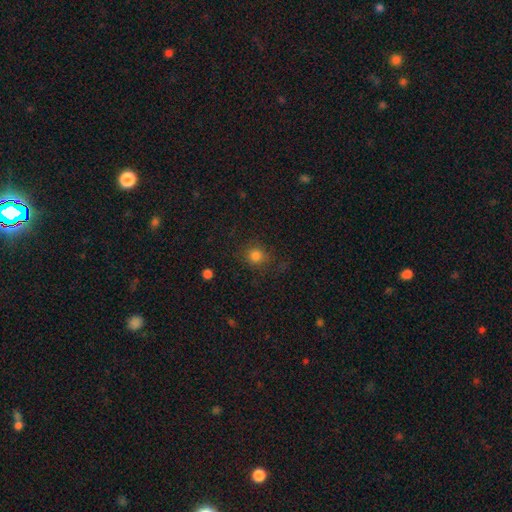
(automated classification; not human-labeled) smooth 81%, star or artifact 13%, featured or disk 6%. Down the decision tree: how rounded — round (87%); merging — none (77%).